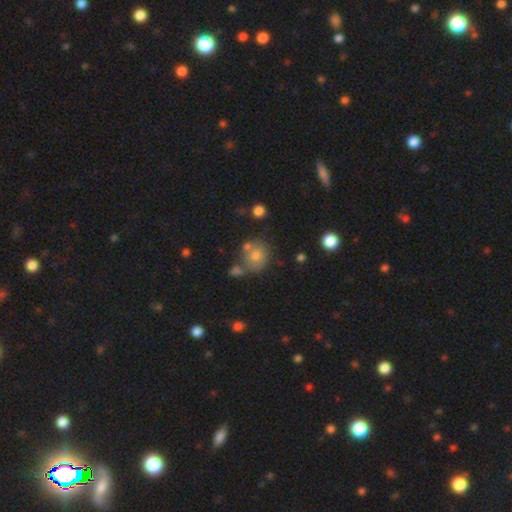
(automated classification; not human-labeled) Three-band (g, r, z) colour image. It shows a smooth galaxy with no disk features (72%) that is round (75%). Merging: none (59%).